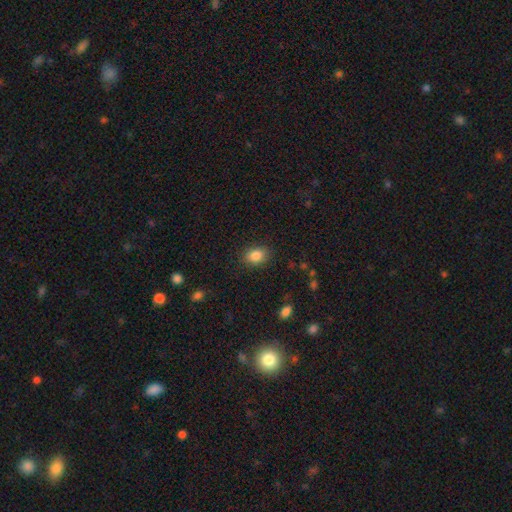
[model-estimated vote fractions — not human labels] This appears to be a smooth galaxy with no disk features (85%) that is in between round and cigar-shaped (72%). Merging: none (87%).